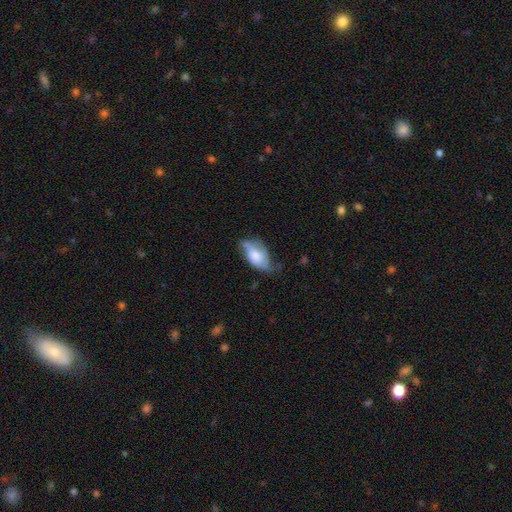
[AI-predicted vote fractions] smooth-or-featured: smooth: 61% | featured or disk: 32% | star or artifact: 7%
  how-rounded: in between: 91% | cigar-shaped: 6% | round: 4%
  merging: minor disturbance: 39% | none: 36% | major disturbance: 20% | merger: 4%